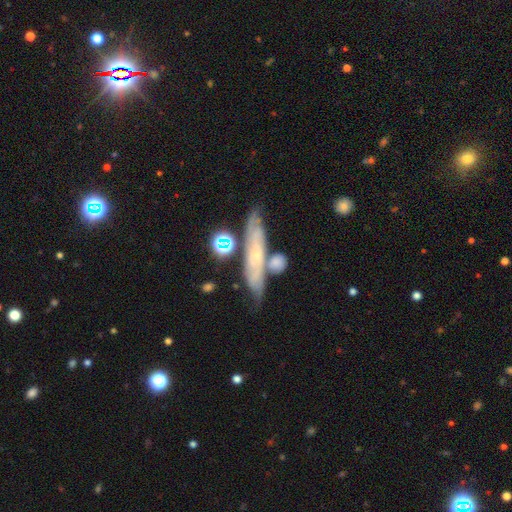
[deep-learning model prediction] A featured or disk galaxy (60%) viewed edge-on (50%, tied with no). Merging: none (60%).